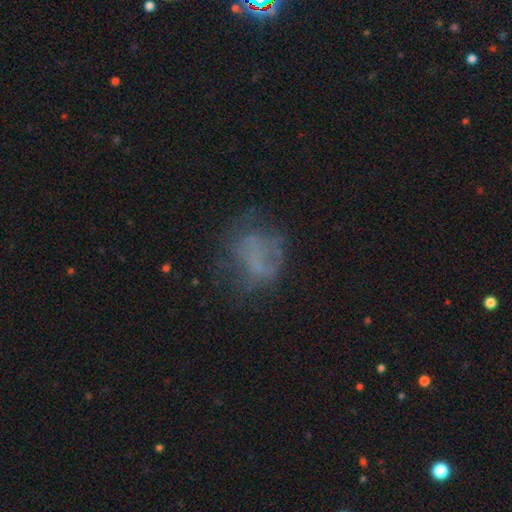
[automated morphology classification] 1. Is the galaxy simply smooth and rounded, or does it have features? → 40% smooth (tied), 40% featured or disk (tied), 20% star or artifact.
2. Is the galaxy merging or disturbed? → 49% none, 27% major disturbance, 21% minor disturbance, 3% merger.